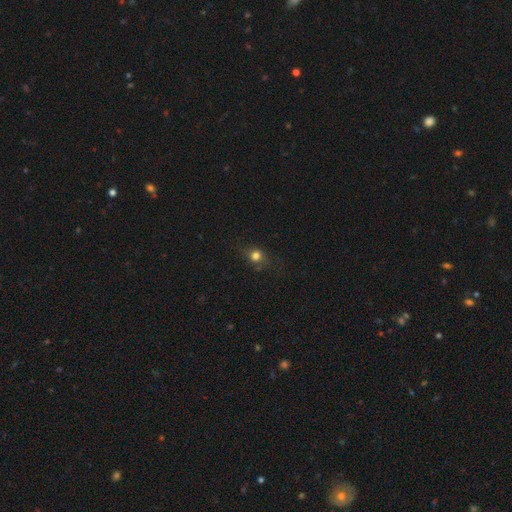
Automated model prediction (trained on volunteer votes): smooth-or-featured: smooth: 73% | star or artifact: 16% | featured or disk: 11%
  how-rounded: round: 75% | in between: 23% | cigar-shaped: 2%
  merging: none: 67% | minor disturbance: 20% | major disturbance: 11% | merger: 2%